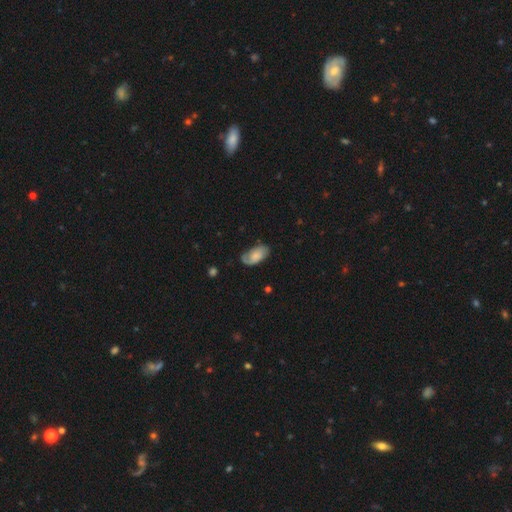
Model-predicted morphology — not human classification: Smooth or featured? smooth (50%)
How rounded? in between (93%)
Merging? none (64%)